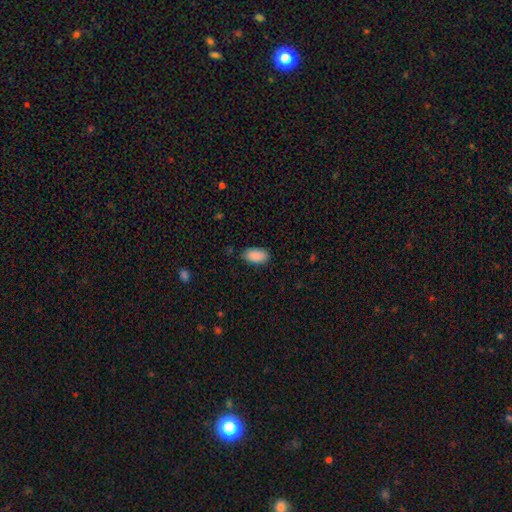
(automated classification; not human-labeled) smooth 89%, star or artifact 7%, featured or disk 4%. Down the decision tree: how rounded — in between (94%); merging — none (84%).